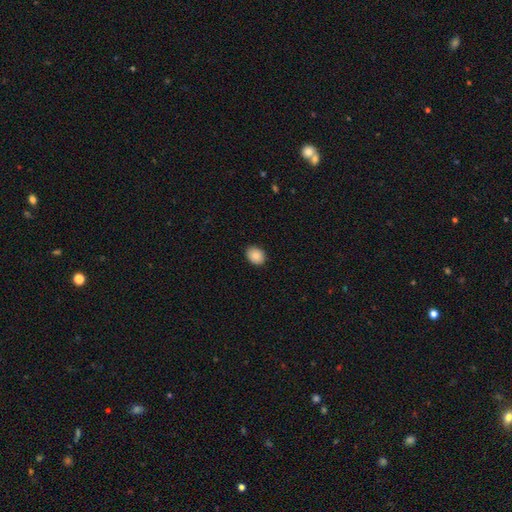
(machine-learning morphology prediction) smooth 87%, star or artifact 8%, featured or disk 5%. Down the decision tree: how rounded — in between (57%); merging — none (90%).